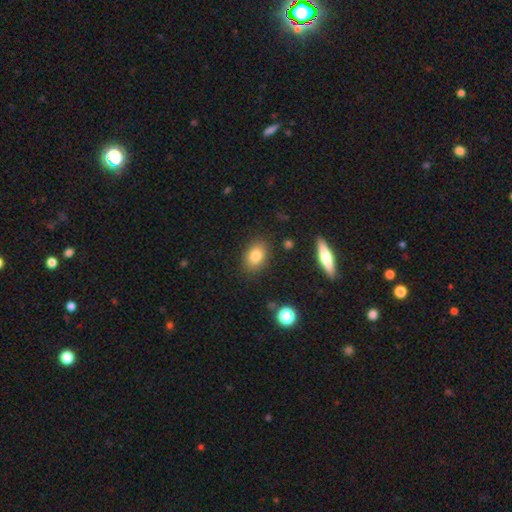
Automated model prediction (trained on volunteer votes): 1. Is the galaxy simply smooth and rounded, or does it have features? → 82% smooth, 9% star or artifact, 9% featured or disk.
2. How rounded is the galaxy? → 76% in between, 22% round, 2% cigar-shaped.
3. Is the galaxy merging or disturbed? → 85% none, 10% minor disturbance, 3% major disturbance, 2% merger.